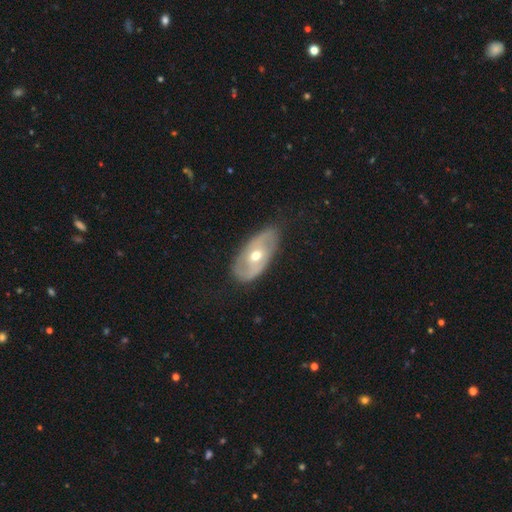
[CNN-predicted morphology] Overall: featured or disk (66%; smooth 28%). Edge-on disk: no (88%). Bar: no (68%). Spiral arms: yes (58%; no 42%). Bulge size: moderate (70%). Merging: none (73%).